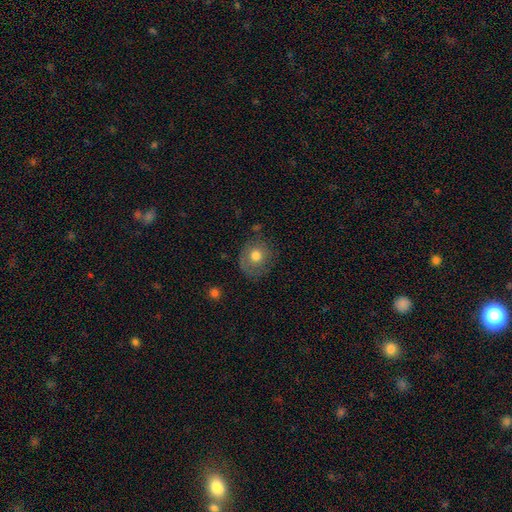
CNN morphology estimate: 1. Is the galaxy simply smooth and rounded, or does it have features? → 70% smooth, 20% featured or disk, 9% star or artifact.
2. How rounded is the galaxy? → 80% round, 19% in between, 1% cigar-shaped.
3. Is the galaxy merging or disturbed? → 68% none, 21% minor disturbance, 9% major disturbance, 3% merger.